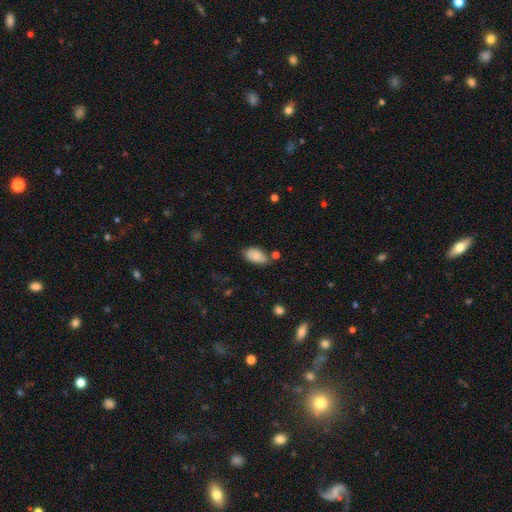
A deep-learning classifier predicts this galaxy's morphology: smooth_or_featured: smooth (p=0.77) [alt: featured or disk p=0.15]
how_rounded: in between (p=0.93) [alt: round p=0.05]
merging: none (p=0.57) [alt: minor disturbance p=0.23]